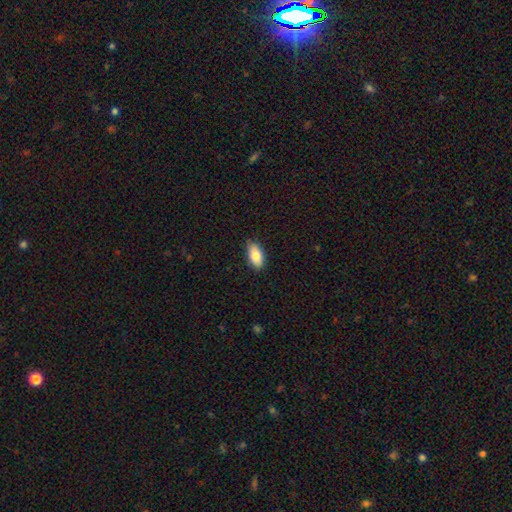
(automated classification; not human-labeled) smooth_or_featured: smooth (p=0.81) [alt: featured or disk p=0.12]
how_rounded: in between (p=0.91) [alt: cigar-shaped p=0.05]
merging: none (p=0.86) [alt: minor disturbance p=0.12]